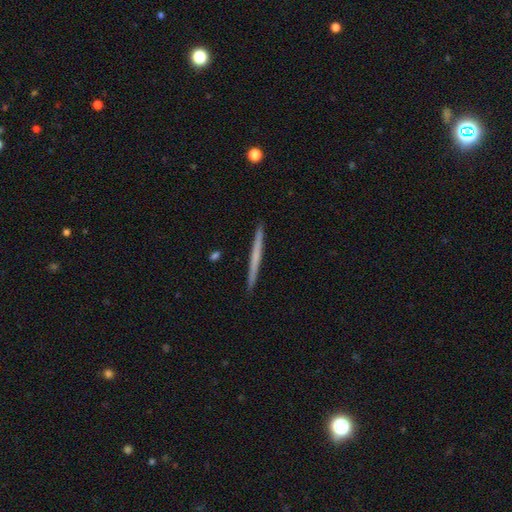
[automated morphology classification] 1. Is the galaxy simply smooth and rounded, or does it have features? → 48% smooth, 46% featured or disk, 5% star or artifact.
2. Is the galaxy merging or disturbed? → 93% none, 5% minor disturbance, 1% major disturbance, 1% merger.